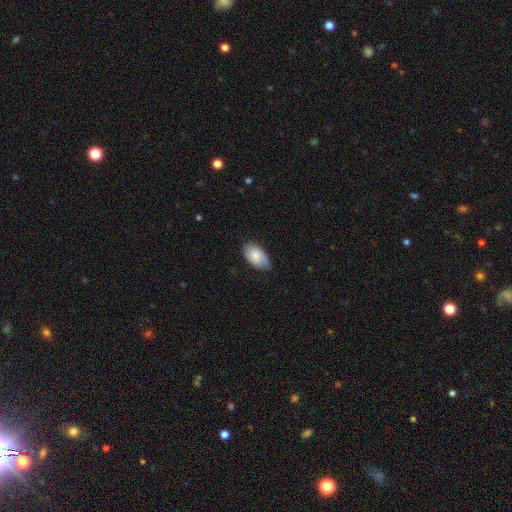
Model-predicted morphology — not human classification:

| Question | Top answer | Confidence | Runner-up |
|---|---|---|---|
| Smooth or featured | smooth | 81% | featured or disk (13%) |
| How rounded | in between | 94% | round (5%) |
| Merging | none | 72% | minor disturbance (24%) |